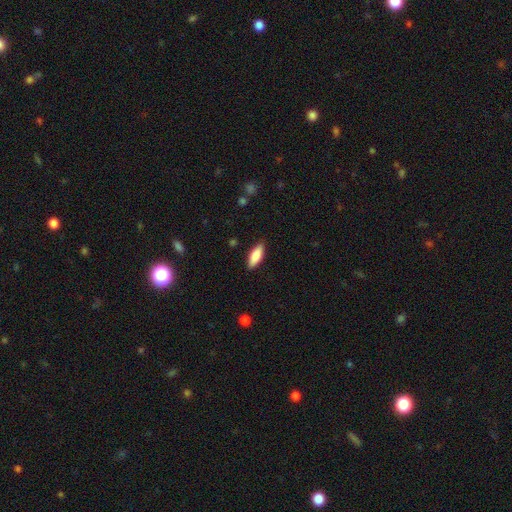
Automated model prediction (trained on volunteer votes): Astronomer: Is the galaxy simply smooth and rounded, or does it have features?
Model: smooth — 82%.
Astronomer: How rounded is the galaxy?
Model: in between — 68%.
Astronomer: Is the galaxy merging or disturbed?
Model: none — 87%.